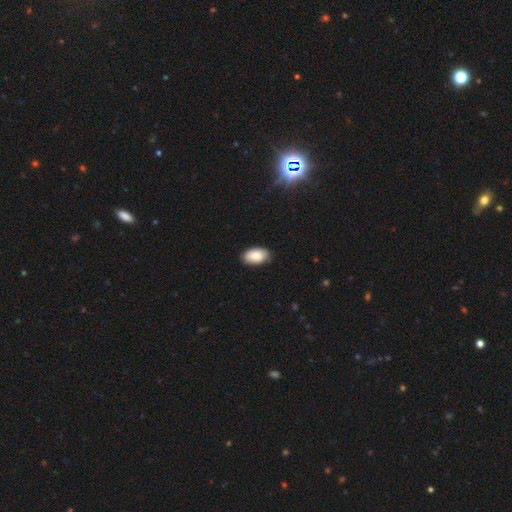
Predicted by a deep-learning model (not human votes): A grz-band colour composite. It shows a smooth galaxy with no disk features (87%) that is in between round and cigar-shaped (94%). Merging: none (85%).